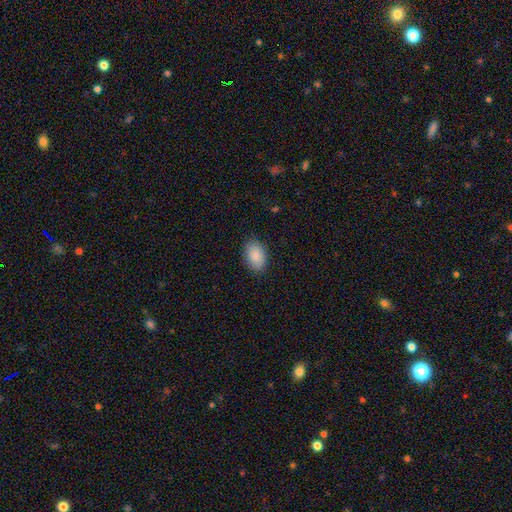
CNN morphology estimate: This appears to be a smooth galaxy with no disk features (89%) that is in between round and cigar-shaped (89%). Merging: none (87%).